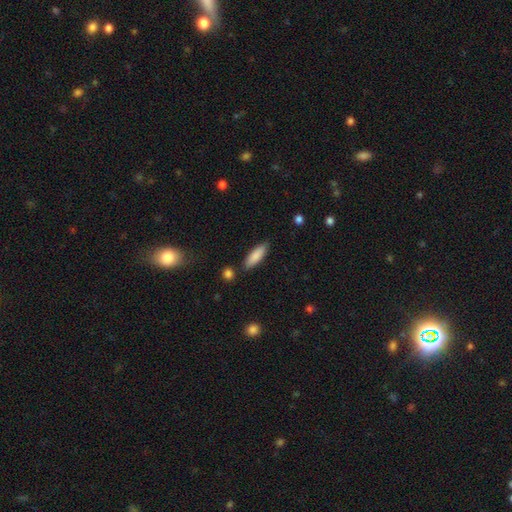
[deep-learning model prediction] smooth-or-featured: smooth: 86% | featured or disk: 8% | star or artifact: 6%
  how-rounded: in between: 54% | cigar-shaped: 44% | round: 2%
  merging: none: 83% | minor disturbance: 11% | merger: 3% | major disturbance: 2%